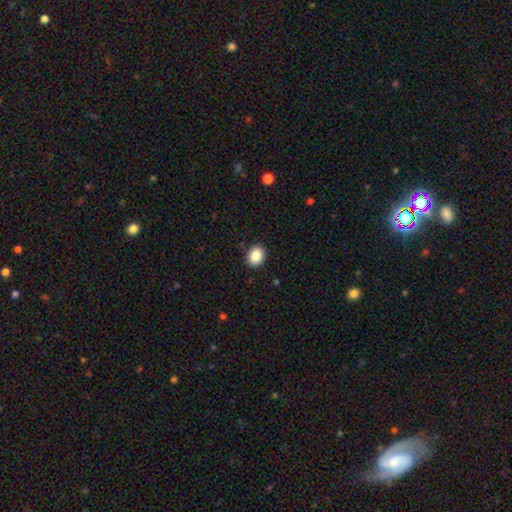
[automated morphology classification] A smooth galaxy with no disk features (88%) that is in between round and cigar-shaped (60%). Merging: none (90%).